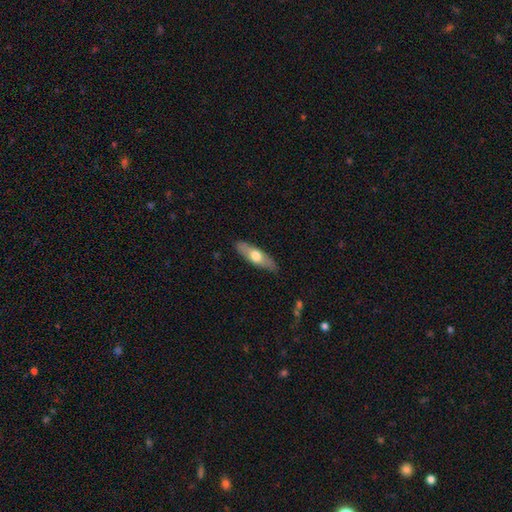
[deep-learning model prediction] This appears to be a smooth galaxy with no disk features (57%) that is cigar-shaped (50%). Merging: none (85%).